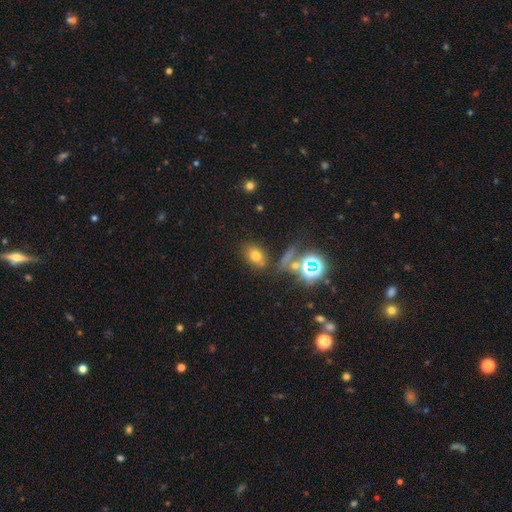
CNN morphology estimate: Overall: smooth (66%). How rounded: in between (66%; round 32%). Merging: none (66%).